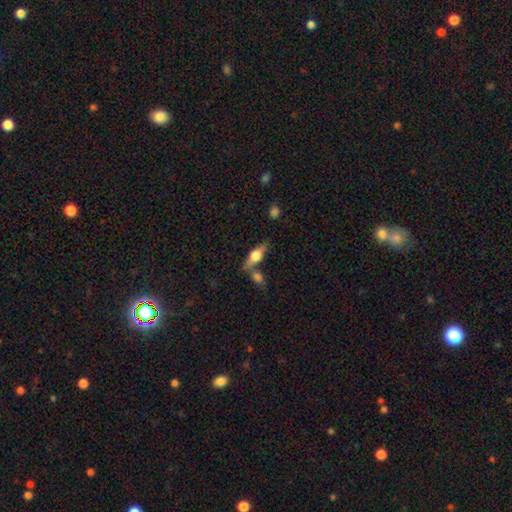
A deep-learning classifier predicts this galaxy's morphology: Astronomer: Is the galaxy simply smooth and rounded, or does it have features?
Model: featured or disk — 54% (runner-up: smooth, 39%).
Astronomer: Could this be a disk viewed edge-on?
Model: yes — 91%.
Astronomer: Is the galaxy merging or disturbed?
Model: none — 64%.